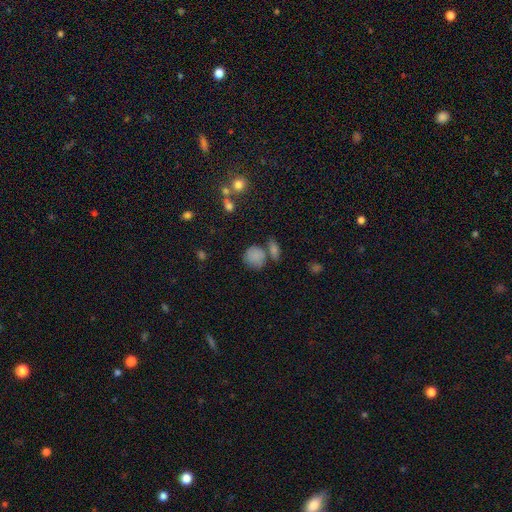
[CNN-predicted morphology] This is clearly a smooth galaxy (80%). How rounded: likely round (75%). Merging: possibly none (50%).